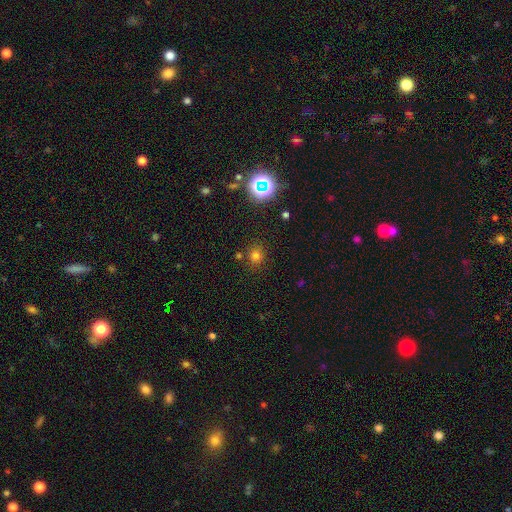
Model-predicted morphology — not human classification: Smooth or featured? Predicted: smooth (p=0.70). How rounded? Predicted: round (p=0.82). Merging? Predicted: none (p=0.81).